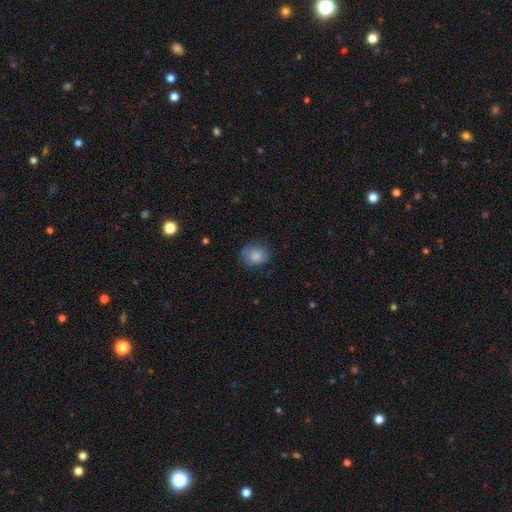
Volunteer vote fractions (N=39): Smooth or featured? smooth (72%)
How rounded? round (64%)
Merging? none (69%)